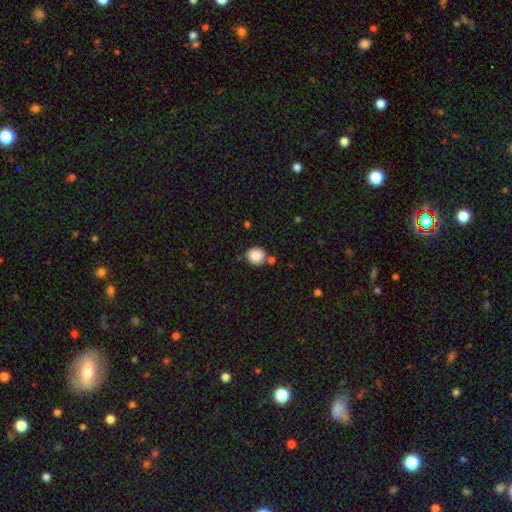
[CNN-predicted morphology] A smooth galaxy with no disk features (88%) that is round (87%).

Vote fractions:
- Smooth or featured? smooth: 88% / star or artifact: 9% / featured or disk: 3%
- How rounded? round: 87% / in between: 12% / cigar-shaped: 1%
- Merging? none: 76% / minor disturbance: 11% / merger: 9% / major disturbance: 3%